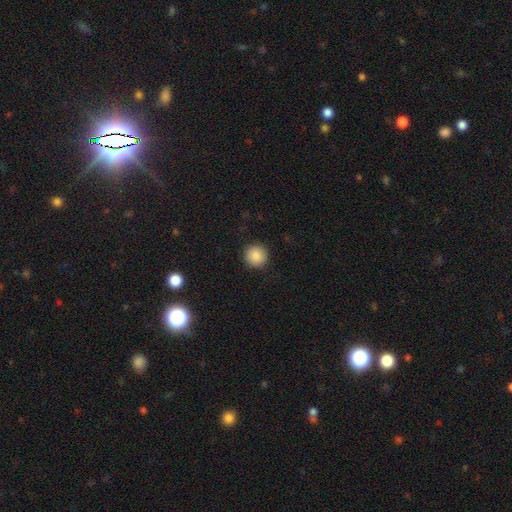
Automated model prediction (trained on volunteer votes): smooth-or-featured: smooth: 88% | star or artifact: 9% | featured or disk: 3%
  how-rounded: round: 96% | in between: 3% | cigar-shaped: 1%
  merging: none: 92% | minor disturbance: 5% | major disturbance: 2% | merger: 1%